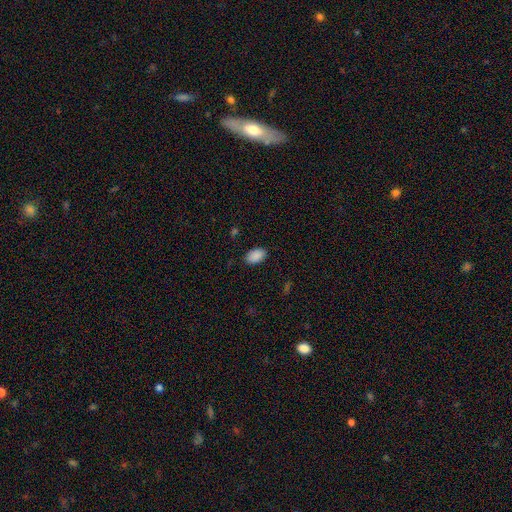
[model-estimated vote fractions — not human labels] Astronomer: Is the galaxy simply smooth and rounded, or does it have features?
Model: smooth — 90%.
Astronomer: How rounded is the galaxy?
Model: in between — 92%.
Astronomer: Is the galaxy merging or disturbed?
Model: none — 86%.